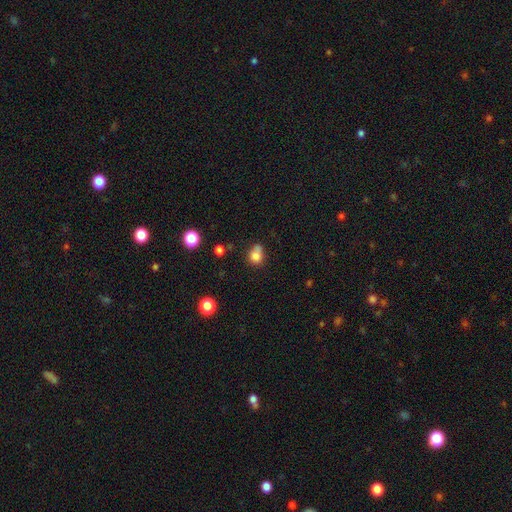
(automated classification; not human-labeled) The model was most divided on "merging": none: 44%, minor disturbance: 28%, merger: 18%, major disturbance: 10%. More confident: smooth or featured — smooth (79%); how rounded — round (62%).